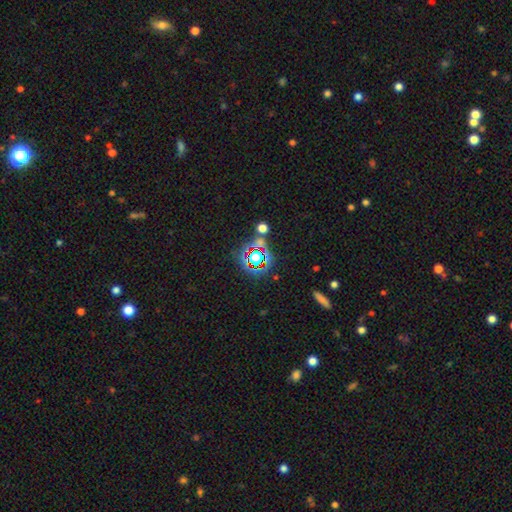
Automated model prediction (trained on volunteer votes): The model was most divided on "smooth or featured": star or artifact: 64%, smooth: 25%, featured or disk: 11%.